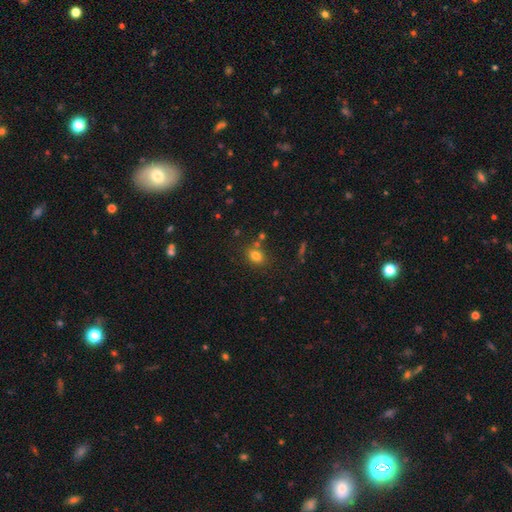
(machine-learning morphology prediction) A smooth galaxy with no disk features (79%) that is in between round and cigar-shaped (51%). Merging: none (73%).